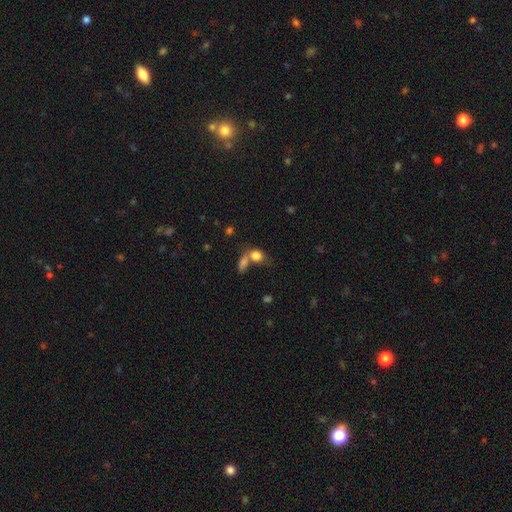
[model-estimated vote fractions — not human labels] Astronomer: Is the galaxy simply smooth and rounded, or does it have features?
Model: smooth — 80%.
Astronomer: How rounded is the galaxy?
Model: in between — 60% (runner-up: round, 37%).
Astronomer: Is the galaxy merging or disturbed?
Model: merger — 47% (runner-up: none, 32%).